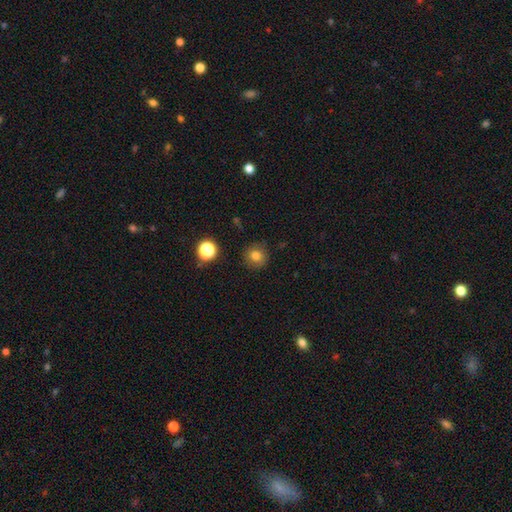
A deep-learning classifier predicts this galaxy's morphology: Smooth or featured?
  - smooth: 79% *
  - star or artifact: 13%
  - featured or disk: 8%
How rounded?
  - round: 91% *
  - in between: 8%
  - cigar-shaped: 1%
Merging?
  - none: 87% *
  - minor disturbance: 9%
  - major disturbance: 3%
  - merger: 2%